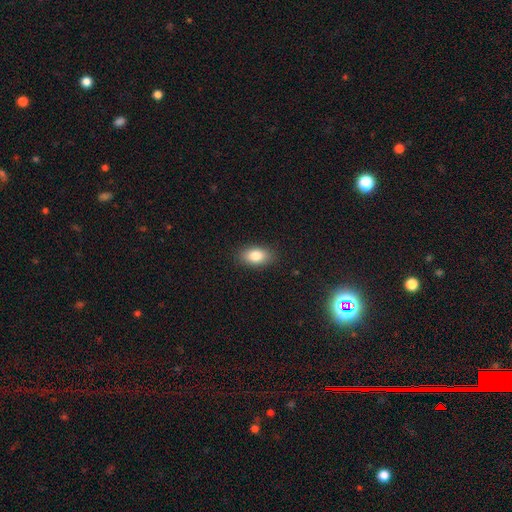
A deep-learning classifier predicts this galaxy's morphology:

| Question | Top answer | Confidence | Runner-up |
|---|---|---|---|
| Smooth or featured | smooth | 84% | star or artifact (8%) |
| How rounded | in between | 90% | round (8%) |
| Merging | none | 88% | minor disturbance (9%) |